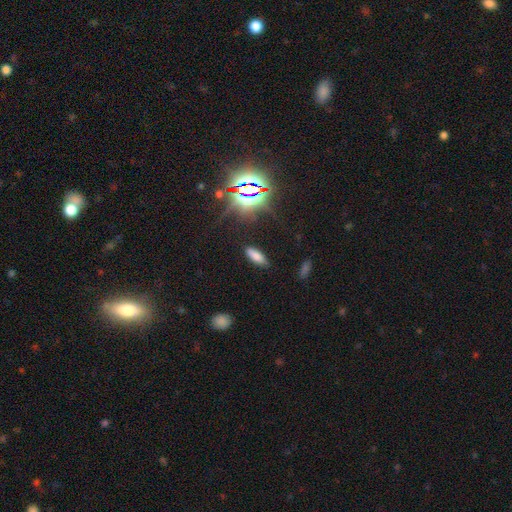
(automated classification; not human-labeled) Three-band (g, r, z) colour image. It shows a smooth galaxy with no disk features (71%) that is in between round and cigar-shaped (66%). Merging: none (85%).